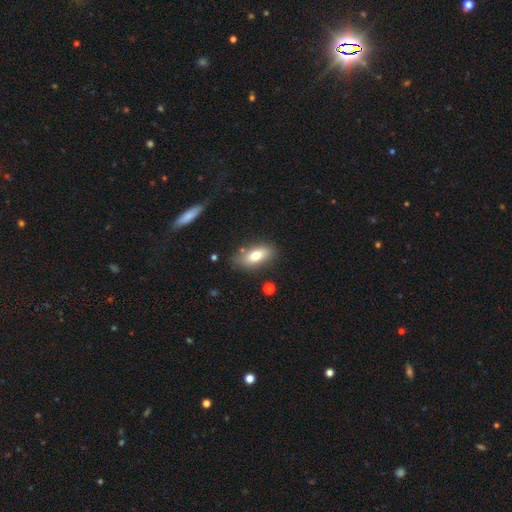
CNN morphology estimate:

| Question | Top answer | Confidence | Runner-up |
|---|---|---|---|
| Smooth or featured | smooth | 75% | featured or disk (17%) |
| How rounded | in between | 86% | cigar-shaped (9%) |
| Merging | none | 79% | minor disturbance (14%) |